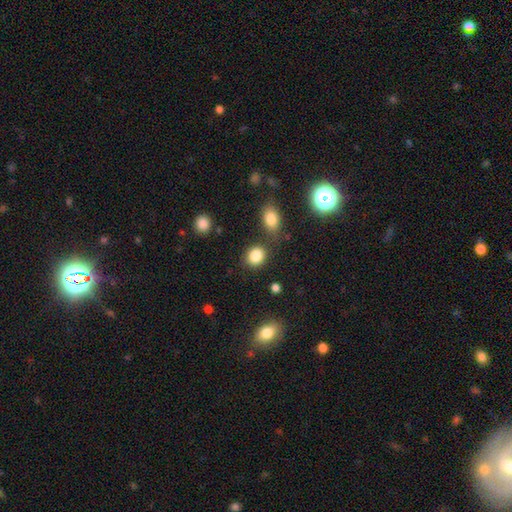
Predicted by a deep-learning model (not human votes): Overall: smooth (85%). How rounded: round (60%; in between 39%). Merging: none (75%).